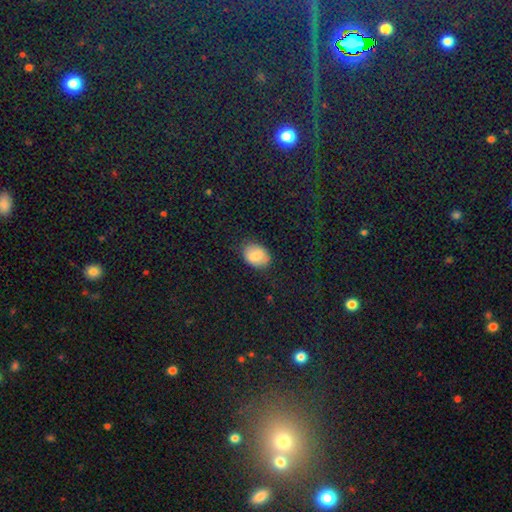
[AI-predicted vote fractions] This appears to be a smooth galaxy with no disk features (84%) that is in between round and cigar-shaped (73%). Merging: none (83%).